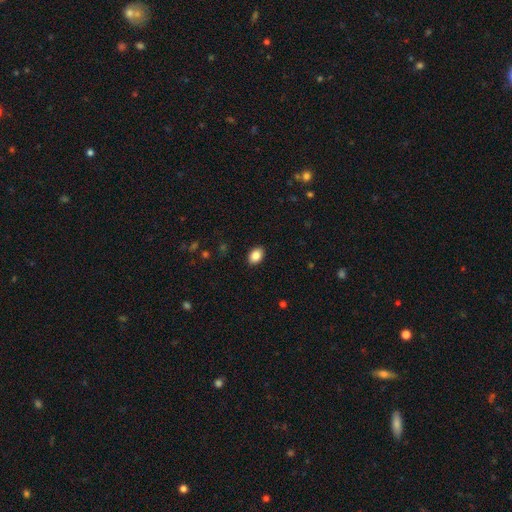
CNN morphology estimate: Smooth or featured?
  - smooth: 87% *
  - star or artifact: 8%
  - featured or disk: 5%
How rounded?
  - in between: 82% *
  - round: 17%
  - cigar-shaped: 1%
Merging?
  - none: 89% *
  - minor disturbance: 8%
  - major disturbance: 2%
  - merger: 1%